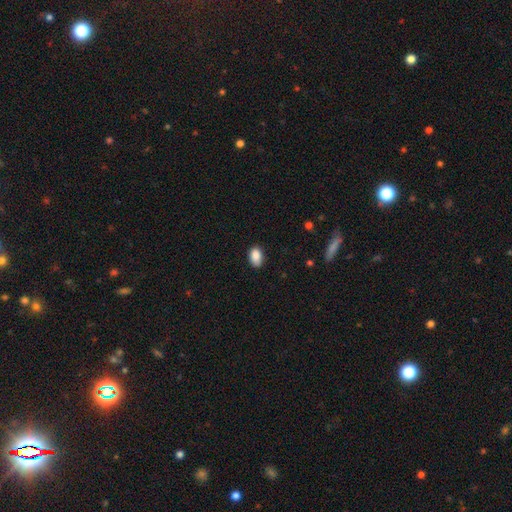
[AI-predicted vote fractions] Smooth or featured? smooth (88%)
How rounded? in between (89%)
Merging? none (81%)